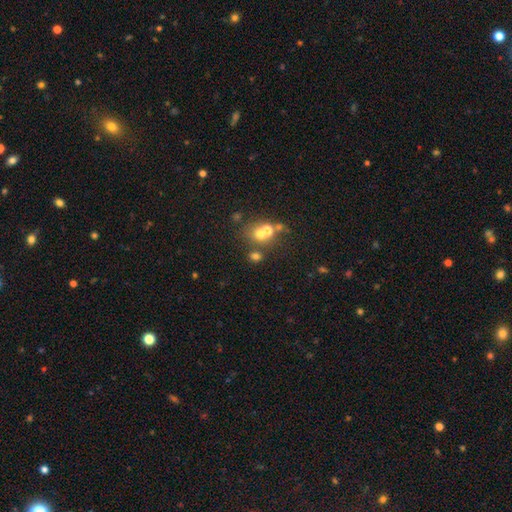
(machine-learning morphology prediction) Q: Smooth or featured?
A: smooth (50%); runner-up: star or artifact (31%)
Q: Merging?
A: none (48%); runner-up: merger (39%)